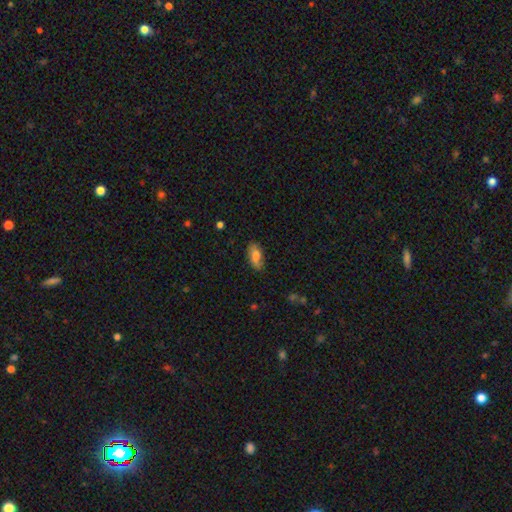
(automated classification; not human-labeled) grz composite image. It shows a smooth galaxy with no disk features (77%) that is in between round and cigar-shaped (86%). Merging: none (76%).